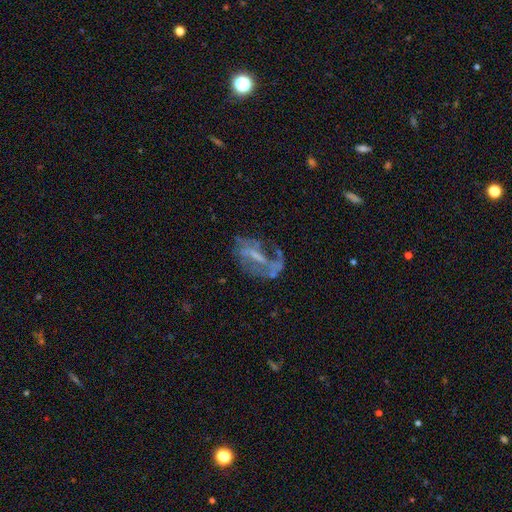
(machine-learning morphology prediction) This is likely a featured or disk galaxy (69%). It is clearly not viewed edge-on (94%). Bar: marginally weak (40%). Spiral arm pattern: possibly yes (56%). Central bulge: marginally none (41%). Merging: marginally none (38%).